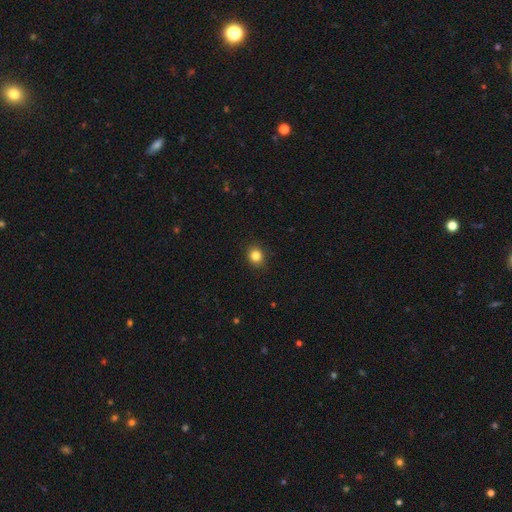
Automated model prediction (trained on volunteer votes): Smooth or featured: smooth — 83% (star or artifact — 11%)
How rounded: round — 77% (in between — 22%)
Merging: none — 89% (minor disturbance — 8%)